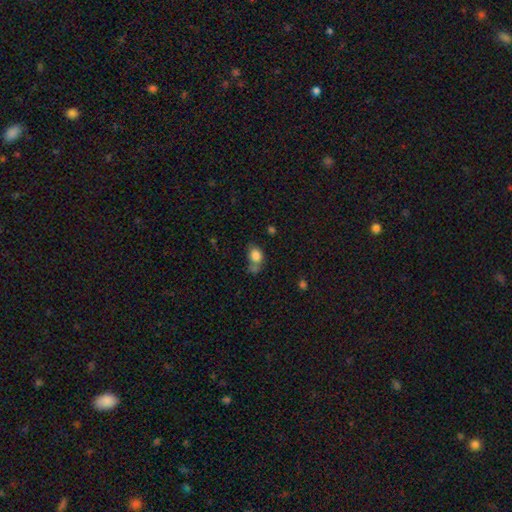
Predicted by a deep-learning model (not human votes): Smooth or featured? Predicted: smooth (p=0.82). How rounded? Predicted: in between (p=0.58). Merging? Predicted: none (p=0.42).